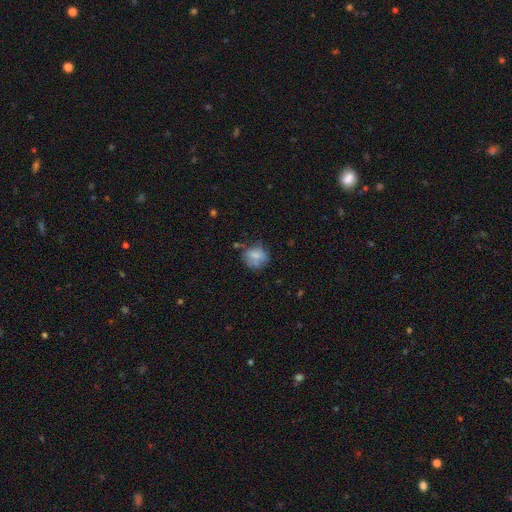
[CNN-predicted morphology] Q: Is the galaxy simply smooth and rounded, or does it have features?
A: smooth — 68%.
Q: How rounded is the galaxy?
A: round — 68%.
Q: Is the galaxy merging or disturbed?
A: none — 56%.